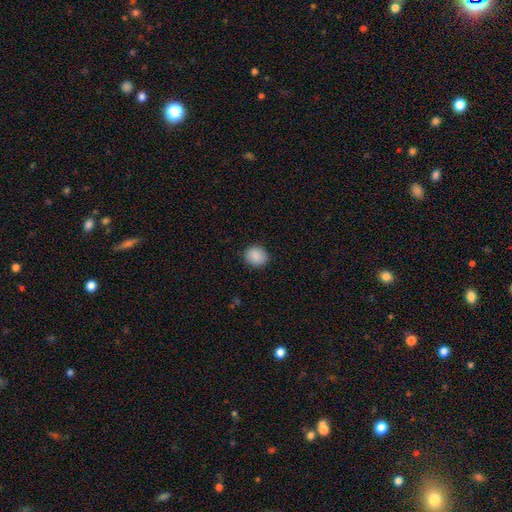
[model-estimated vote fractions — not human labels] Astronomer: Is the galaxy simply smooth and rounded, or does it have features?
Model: smooth — 89%.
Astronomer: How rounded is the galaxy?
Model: round — 80%.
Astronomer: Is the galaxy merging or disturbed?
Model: none — 89%.